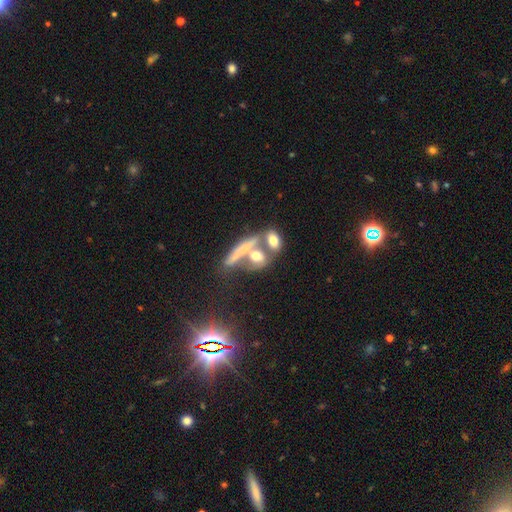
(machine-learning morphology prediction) Smooth or featured: smooth — 55% (featured or disk — 34%)
How rounded: in between — 52% (cigar-shaped — 26%)
Merging: merger — 48% (none — 31%)